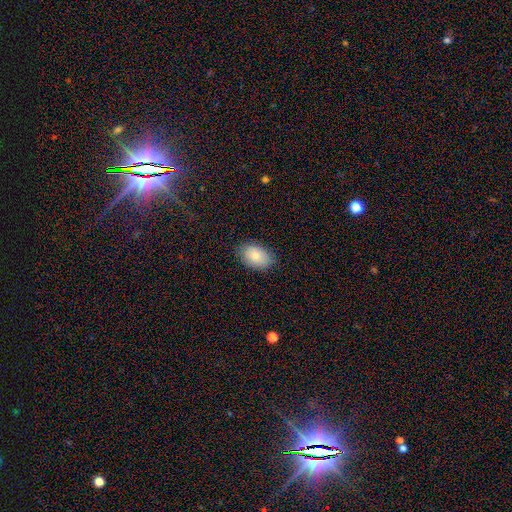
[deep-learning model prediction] A smooth galaxy with no disk features (83%) that is in between round and cigar-shaped (87%). Merging: none (83%).